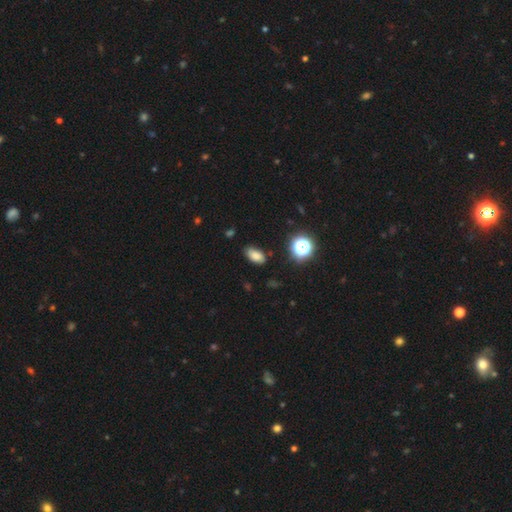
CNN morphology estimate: Smooth or featured? Predicted: smooth (p=0.80). How rounded? Predicted: in between (p=0.89). Merging? Predicted: none (p=0.81).